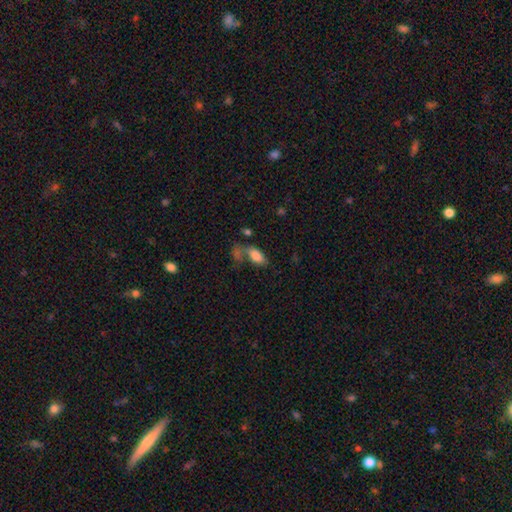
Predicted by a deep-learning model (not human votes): Smooth or featured? Predicted: smooth (p=0.78). How rounded? Predicted: in between (p=0.91). Merging? Predicted: none (p=0.36).